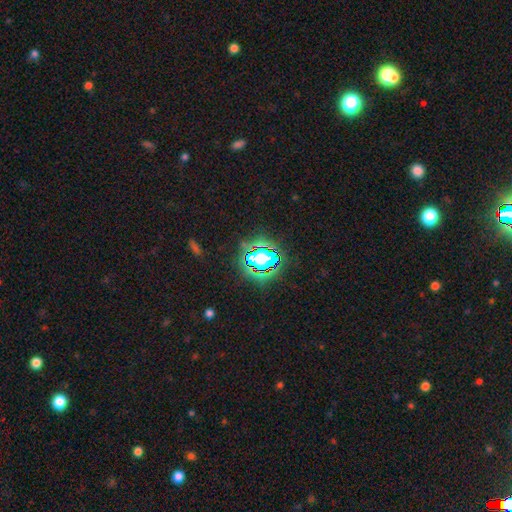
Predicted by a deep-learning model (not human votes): star or artifact 81%, smooth 12%, featured or disk 7%.